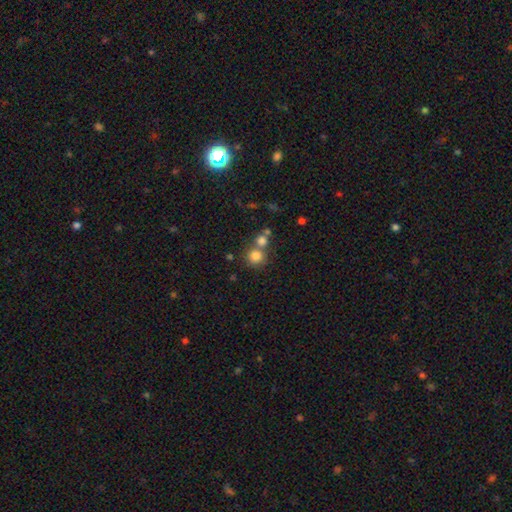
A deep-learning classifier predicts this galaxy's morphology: This appears to be a smooth galaxy with no disk features (80%) that is round (89%). Merging: none (56%).